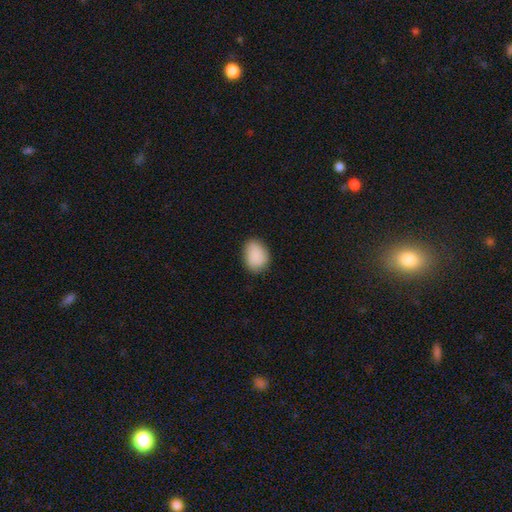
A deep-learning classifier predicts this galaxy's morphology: Smooth or featured: smooth — 89% (star or artifact — 7%)
How rounded: in between — 68% (round — 31%)
Merging: none — 78% (minor disturbance — 18%)